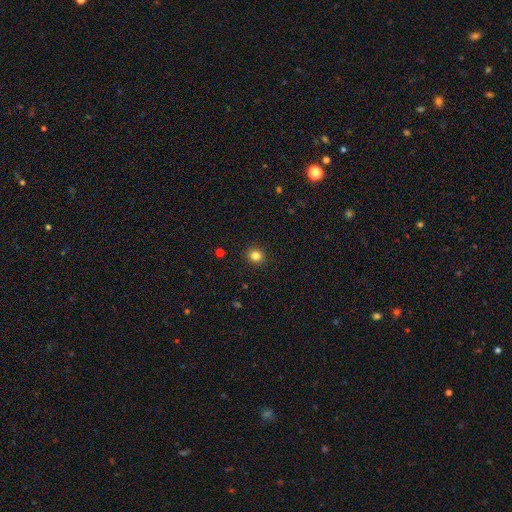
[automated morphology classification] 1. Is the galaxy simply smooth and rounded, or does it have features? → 82% smooth, 13% star or artifact, 5% featured or disk.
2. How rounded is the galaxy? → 87% round, 12% in between, 1% cigar-shaped.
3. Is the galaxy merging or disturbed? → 92% none, 5% minor disturbance, 2% major disturbance, 1% merger.